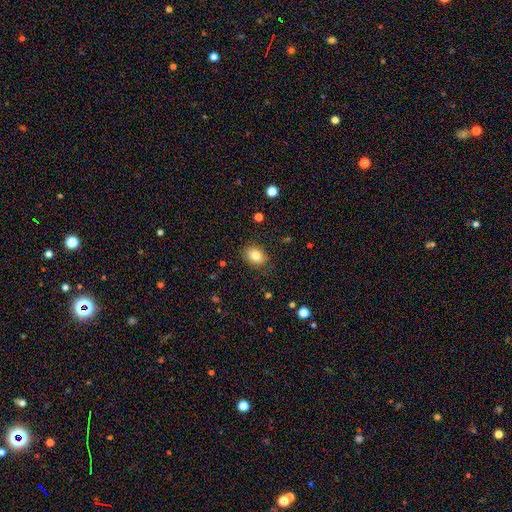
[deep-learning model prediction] This appears to be a smooth galaxy with no disk features (81%) that is in between round and cigar-shaped (63%). Merging: none (83%).